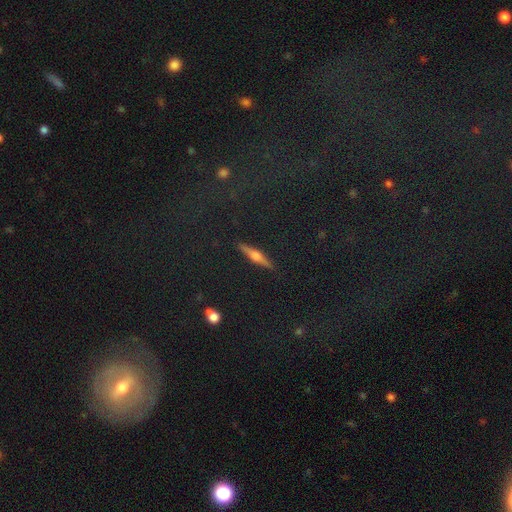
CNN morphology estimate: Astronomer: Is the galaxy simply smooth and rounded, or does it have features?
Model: featured or disk — 68%.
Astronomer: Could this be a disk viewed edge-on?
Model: yes — 96%.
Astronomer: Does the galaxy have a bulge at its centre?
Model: rounded — 88%.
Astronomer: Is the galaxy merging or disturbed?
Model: none — 91%.